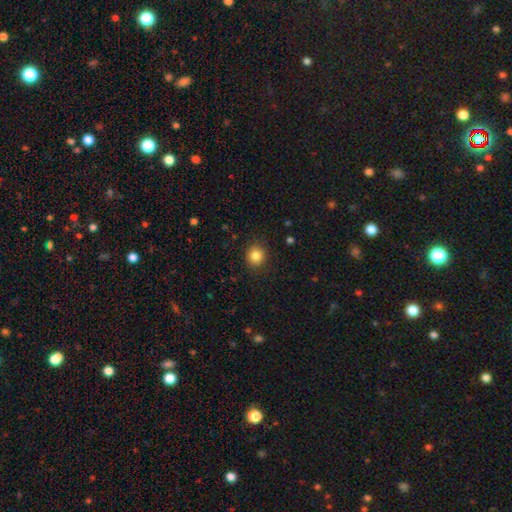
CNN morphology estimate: smooth_or_featured: smooth (p=0.85) [alt: star or artifact p=0.10]
how_rounded: round (p=0.83) [alt: in between p=0.16]
merging: none (p=0.88) [alt: minor disturbance p=0.08]